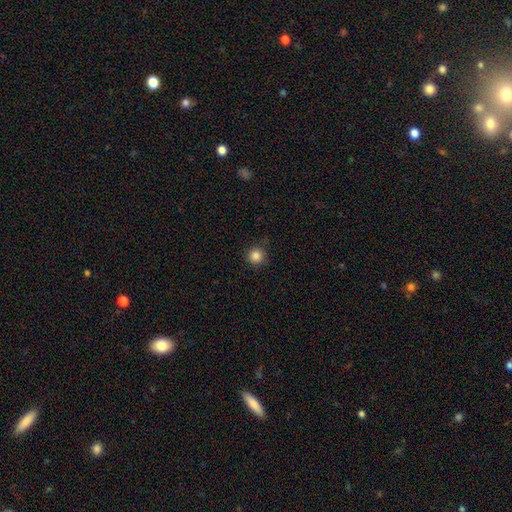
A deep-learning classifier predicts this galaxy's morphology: A smooth galaxy with no disk features (85%) that is round (95%).

Vote fractions:
- Smooth or featured? smooth: 85% / star or artifact: 11% / featured or disk: 3%
- How rounded? round: 95% / in between: 4% / cigar-shaped: 1%
- Merging? none: 87% / minor disturbance: 9% / major disturbance: 2% / merger: 1%